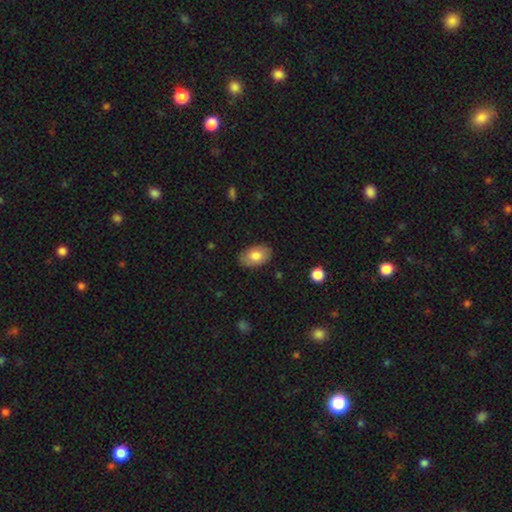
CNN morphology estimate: This appears to be a smooth galaxy with no disk features (80%) that is in between round and cigar-shaped (90%). Merging: none (84%).